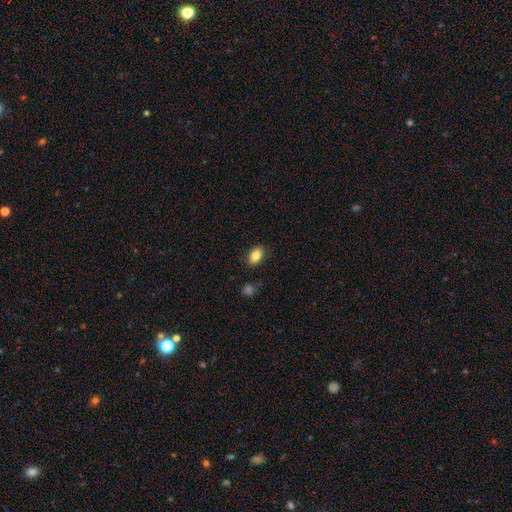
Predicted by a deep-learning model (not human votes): Q: Smooth or featured?
A: smooth (84%); runner-up: star or artifact (8%)
Q: How rounded?
A: in between (84%); runner-up: round (15%)
Q: Merging?
A: none (85%); runner-up: minor disturbance (10%)